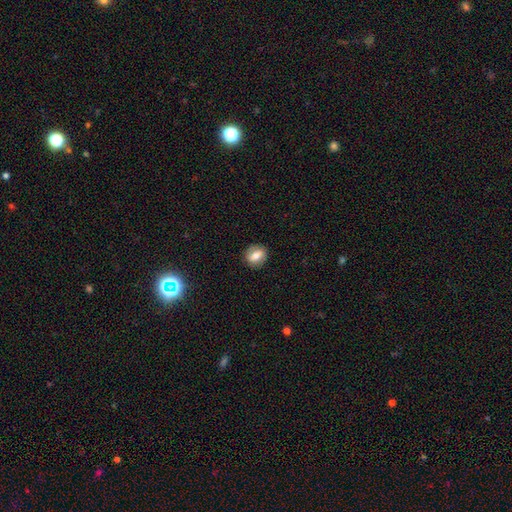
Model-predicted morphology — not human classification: type=smooth (66%); roundness=round (58%); merging=none (86%).